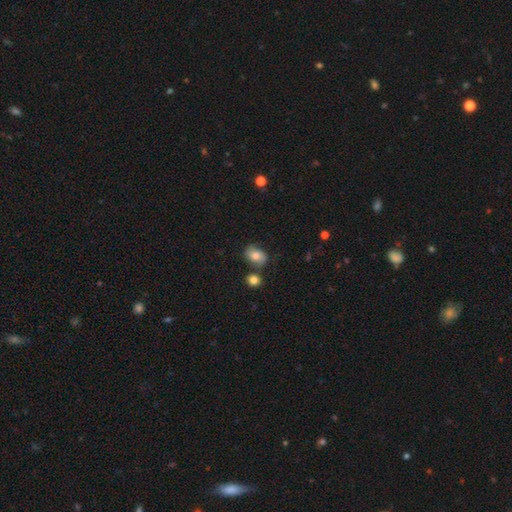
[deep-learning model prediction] A smooth galaxy with no disk features (77%) that is in between round and cigar-shaped (76%).

Vote fractions:
- Smooth or featured? smooth: 77% / featured or disk: 14% / star or artifact: 9%
- How rounded? in between: 76% / round: 23% / cigar-shaped: 1%
- Merging? none: 67% / minor disturbance: 17% / merger: 11% / major disturbance: 4%